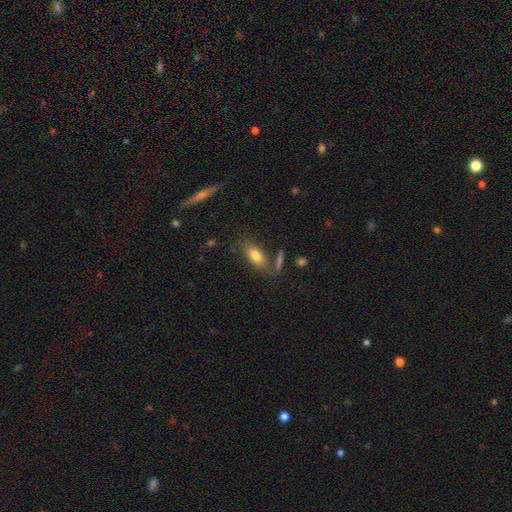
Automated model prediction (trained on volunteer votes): This appears to be a smooth galaxy with no disk features (78%) that is in between round and cigar-shaped (85%). Merging: none (70%).